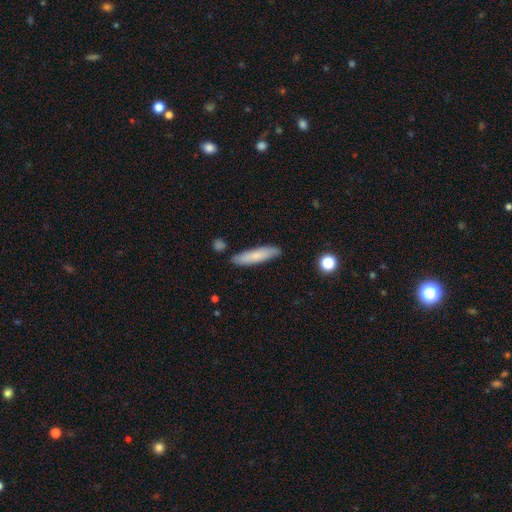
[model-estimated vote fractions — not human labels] Q: Smooth or featured?
A: smooth (77%); runner-up: featured or disk (17%)
Q: How rounded?
A: cigar-shaped (80%); runner-up: in between (18%)
Q: Merging?
A: none (85%); runner-up: minor disturbance (10%)